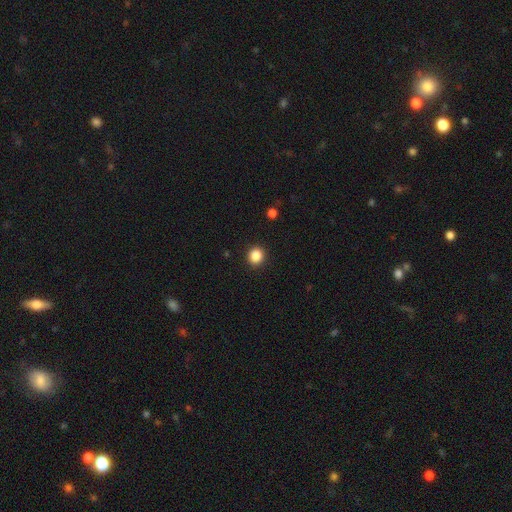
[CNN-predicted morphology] Smooth or featured: smooth — 86% (star or artifact — 10%)
How rounded: round — 88% (in between — 11%)
Merging: none — 92% (minor disturbance — 5%)